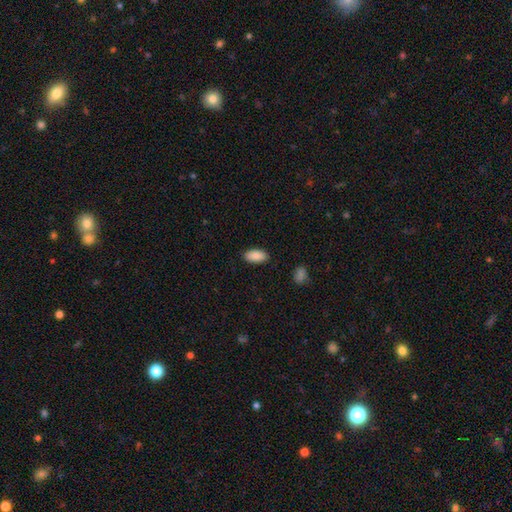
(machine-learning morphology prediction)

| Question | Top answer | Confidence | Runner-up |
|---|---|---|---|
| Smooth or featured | smooth | 89% | star or artifact (6%) |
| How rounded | in between | 93% | cigar-shaped (4%) |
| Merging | none | 88% | minor disturbance (9%) |